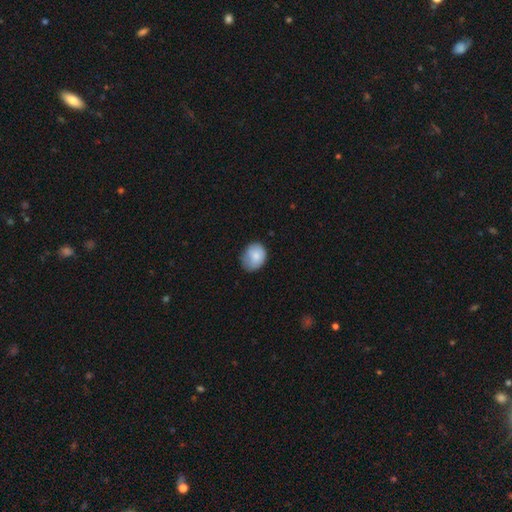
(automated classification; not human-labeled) A smooth galaxy with no disk features (82%) that is in between round and cigar-shaped (51%).

Vote fractions:
- Smooth or featured? smooth: 82% / featured or disk: 11% / star or artifact: 7%
- How rounded? in between: 51% / round: 49% / cigar-shaped: 1%
- Merging? none: 61% / minor disturbance: 31% / major disturbance: 7% / merger: 1%